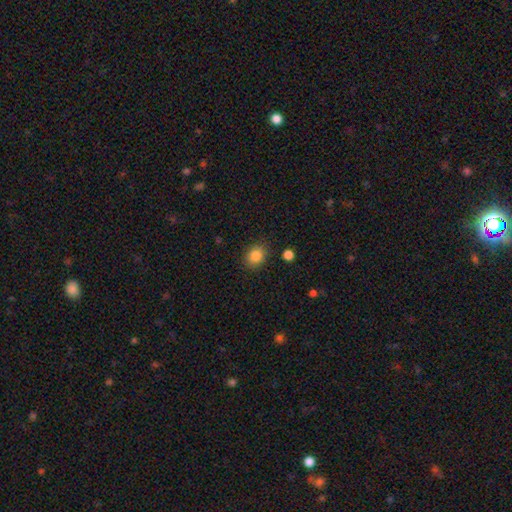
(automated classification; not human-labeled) Smooth or featured?
  - smooth: 85% *
  - star or artifact: 10%
  - featured or disk: 5%
How rounded?
  - round: 63% *
  - in between: 36%
  - cigar-shaped: 1%
Merging?
  - none: 85% *
  - minor disturbance: 10%
  - major disturbance: 3%
  - merger: 2%